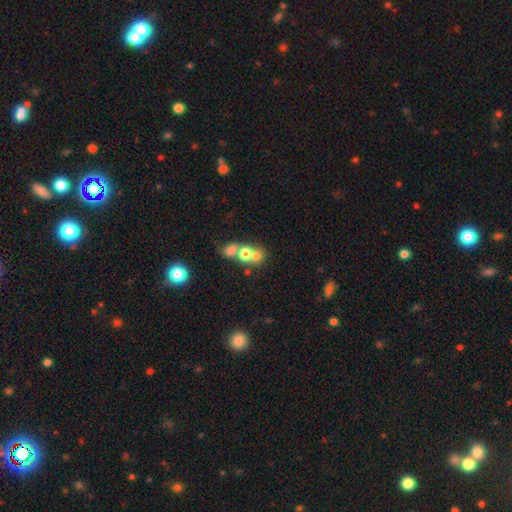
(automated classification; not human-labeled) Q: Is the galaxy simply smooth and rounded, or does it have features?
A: smooth — 64%.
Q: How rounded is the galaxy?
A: round — 71%.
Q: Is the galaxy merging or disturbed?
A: merger — 57%.